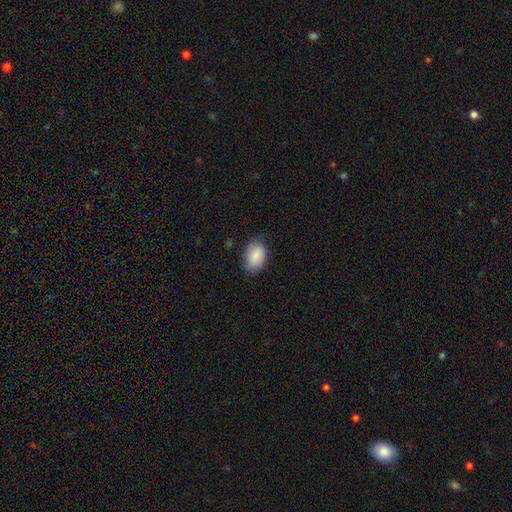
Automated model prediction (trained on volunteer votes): Overall: smooth (84%). How rounded: in between (84%). Merging: none (75%).